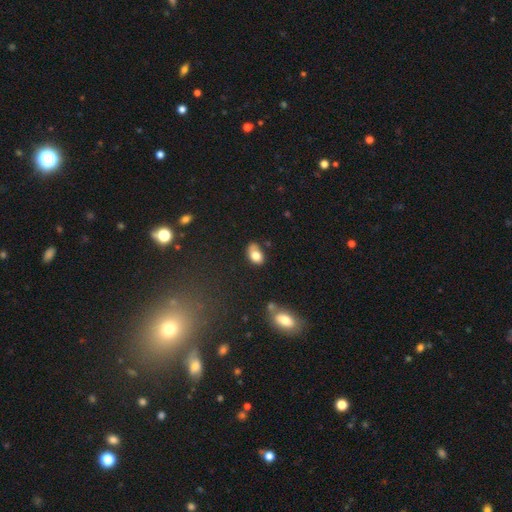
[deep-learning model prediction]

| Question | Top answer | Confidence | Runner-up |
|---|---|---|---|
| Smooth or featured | smooth | 77% | featured or disk (15%) |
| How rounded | in between | 88% | round (11%) |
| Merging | none | 47% | minor disturbance (31%) |